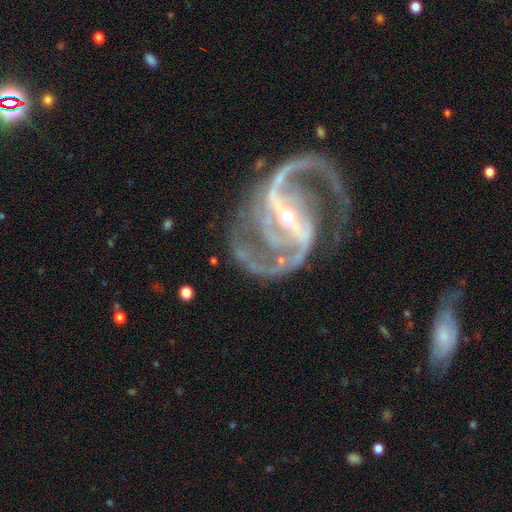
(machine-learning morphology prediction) Q: Smooth or featured?
A: featured or disk (94%); runner-up: star or artifact (4%)
Q: Edge-on disk?
A: no (98%); runner-up: yes (2%)
Q: Bar?
A: strong (70%); runner-up: weak (22%)
Q: Spiral arms?
A: yes (99%); runner-up: no (1%)
Q: Spiral winding?
A: medium (61%); runner-up: tight (20%)
Q: Spiral arm count?
A: 2 (85%); runner-up: 3 (6%)
Q: Bulge size?
A: small (60%); runner-up: moderate (37%)
Q: Merging?
A: none (68%); runner-up: minor disturbance (17%)